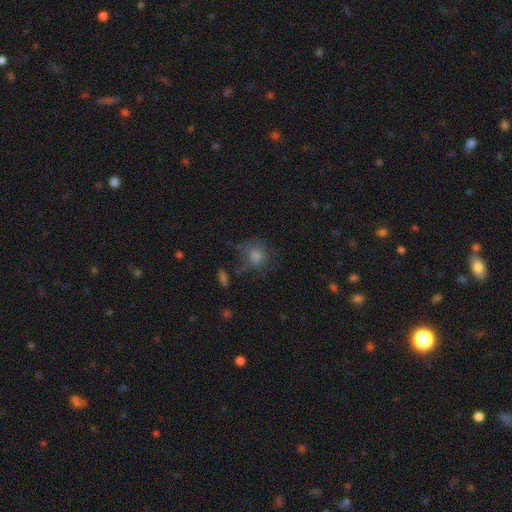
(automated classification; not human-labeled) This appears to be a smooth galaxy with no disk features (66%) that is round (82%). Merging: none (60%).